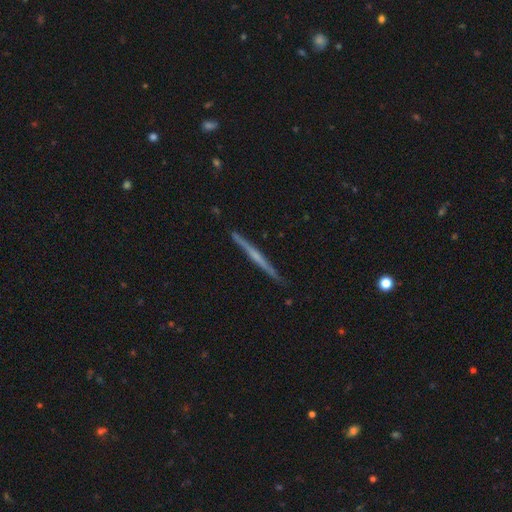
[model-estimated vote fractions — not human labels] Smooth or featured: featured or disk — 70% (smooth — 24%)
Edge-on disk: yes — 98% (no — 2%)
Edge-on bulge: none — 53% (rounded — 37%)
Merging: none — 90% (minor disturbance — 7%)